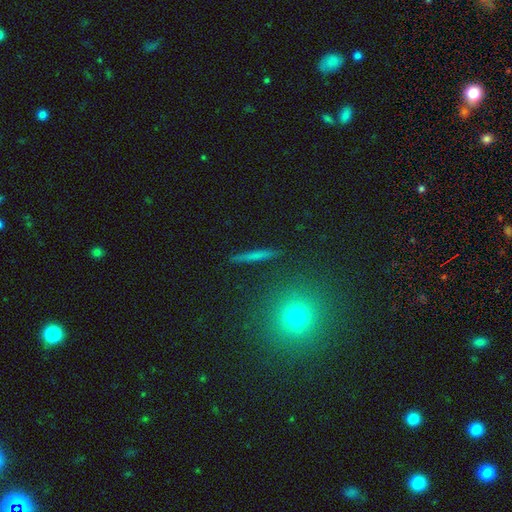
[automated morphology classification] Overall: smooth (58%; featured or disk 29%). How rounded: cigar-shaped (88%). Merging: none (90%).